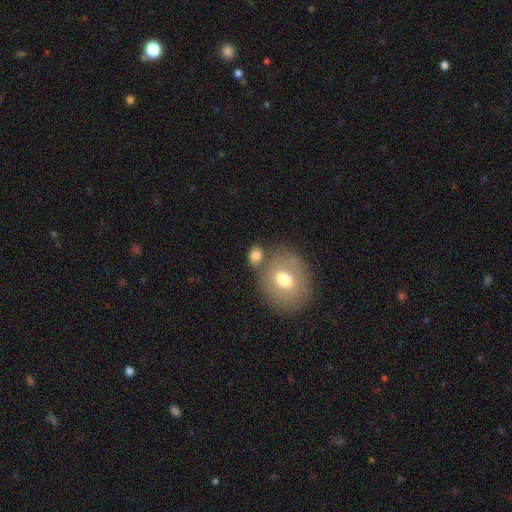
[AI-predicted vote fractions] Morphology: type=smooth (79%); roundness=round (51%); merging=none (61%).